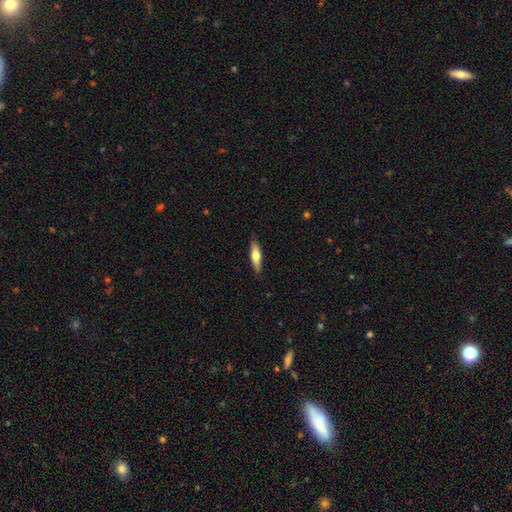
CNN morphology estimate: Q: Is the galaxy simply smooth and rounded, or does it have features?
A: smooth — 58%.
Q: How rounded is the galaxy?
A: cigar-shaped — 69%.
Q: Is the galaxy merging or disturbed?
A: none — 88%.